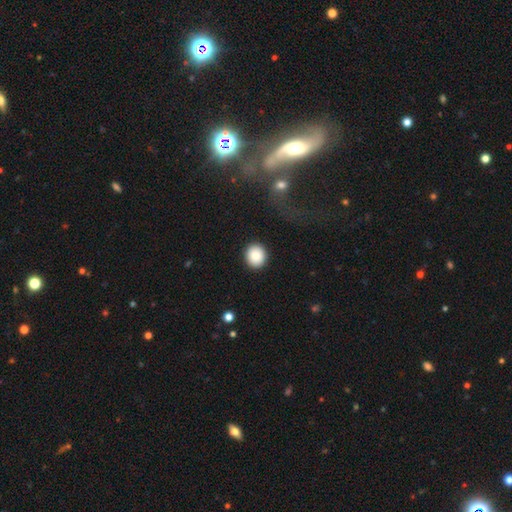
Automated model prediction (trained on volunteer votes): Smooth or featured: smooth — 87% (star or artifact — 8%)
How rounded: round — 82% (in between — 17%)
Merging: none — 90% (minor disturbance — 6%)